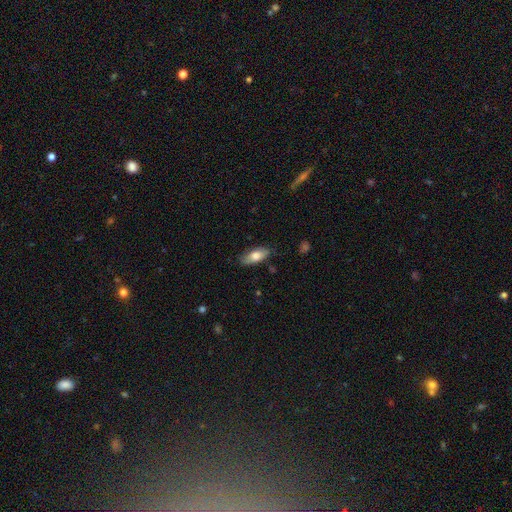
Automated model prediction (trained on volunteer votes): Smooth or featured: smooth — 75% (featured or disk — 19%)
How rounded: in between — 82% (cigar-shaped — 16%)
Merging: none — 80% (minor disturbance — 16%)